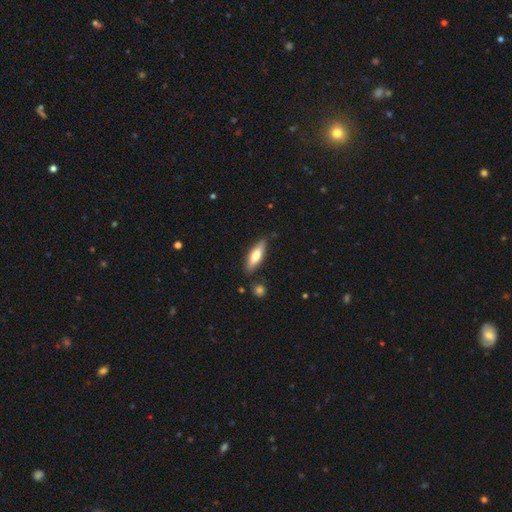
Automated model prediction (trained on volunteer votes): Smooth or featured: smooth — 66% (featured or disk — 28%)
How rounded: cigar-shaped — 53% (in between — 45%)
Merging: none — 81% (minor disturbance — 13%)